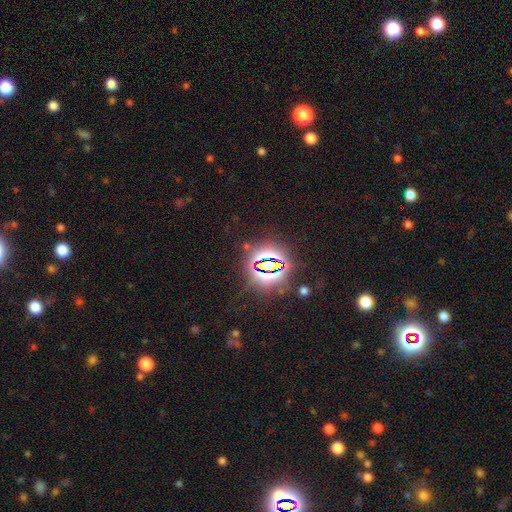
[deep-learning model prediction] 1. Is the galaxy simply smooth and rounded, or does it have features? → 81% star or artifact, 11% smooth, 7% featured or disk.